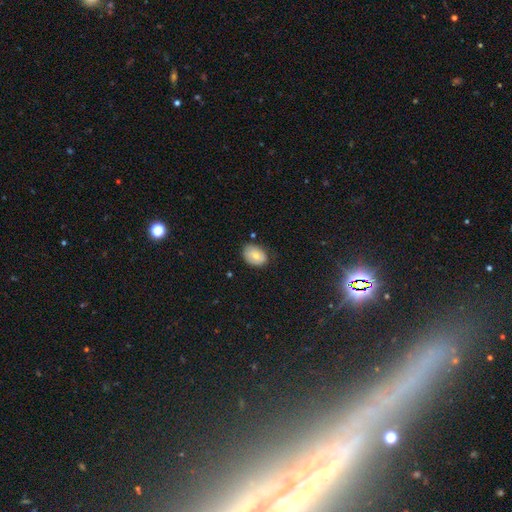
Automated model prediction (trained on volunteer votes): This appears to be a smooth galaxy with no disk features (75%) that is in between round and cigar-shaped (74%). Merging: none (71%).